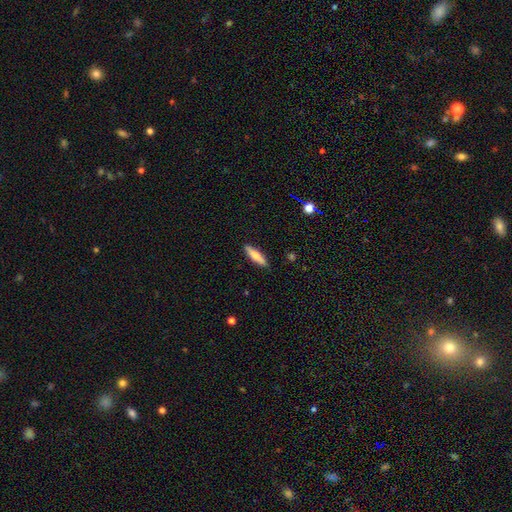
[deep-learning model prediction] Morphology: type=smooth (70%); roundness=cigar-shaped (72%); merging=none (89%).